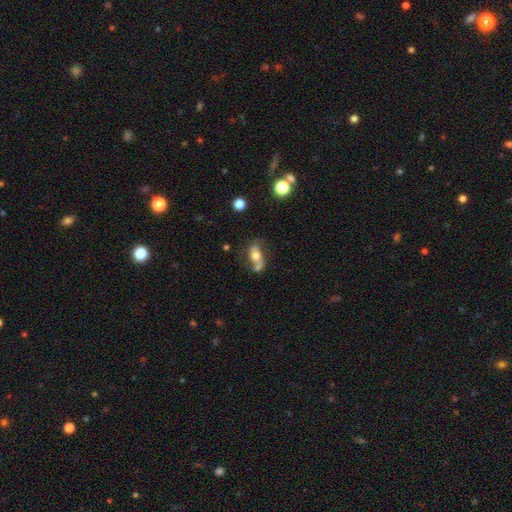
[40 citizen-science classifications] Smooth or featured? 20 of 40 (50%) said smooth. How rounded? 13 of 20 (65%) said in between. Merging? 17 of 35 (49%) said merger.